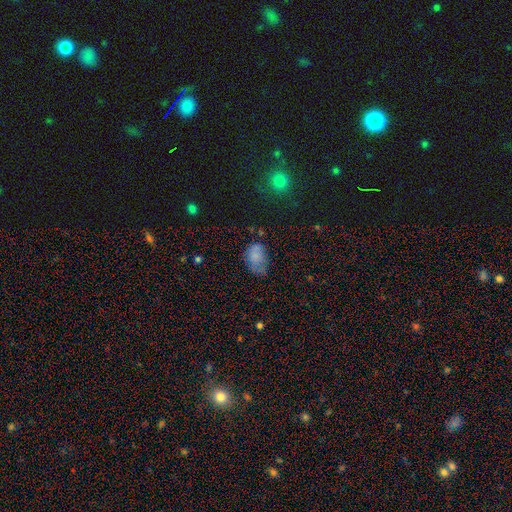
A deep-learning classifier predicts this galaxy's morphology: This is likely a smooth galaxy (73%). How rounded: clearly in between (85%). Merging: marginally none (44%).